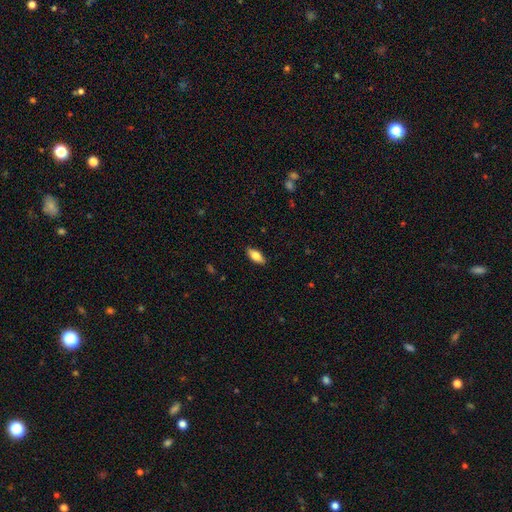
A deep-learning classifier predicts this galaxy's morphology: type=smooth (72%); roundness=in between (81%); merging=none (88%).